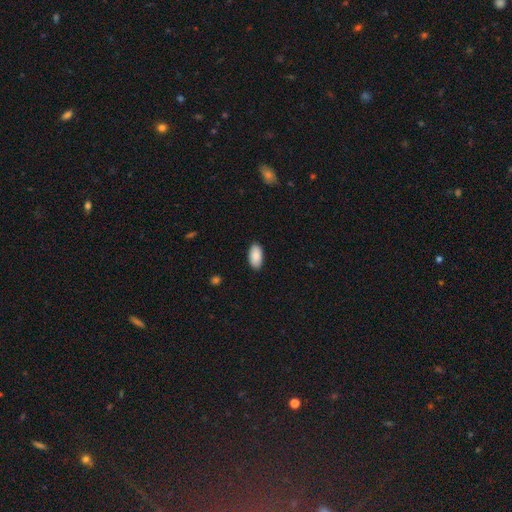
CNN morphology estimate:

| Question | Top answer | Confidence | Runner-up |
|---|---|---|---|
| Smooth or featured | smooth | 89% | star or artifact (6%) |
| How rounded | in between | 95% | cigar-shaped (3%) |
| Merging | none | 88% | minor disturbance (9%) |